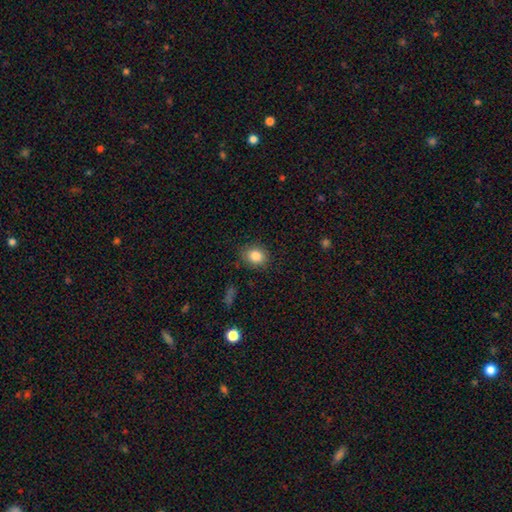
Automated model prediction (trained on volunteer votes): Overall: smooth (84%). How rounded: round (56%; in between 43%). Merging: none (85%).